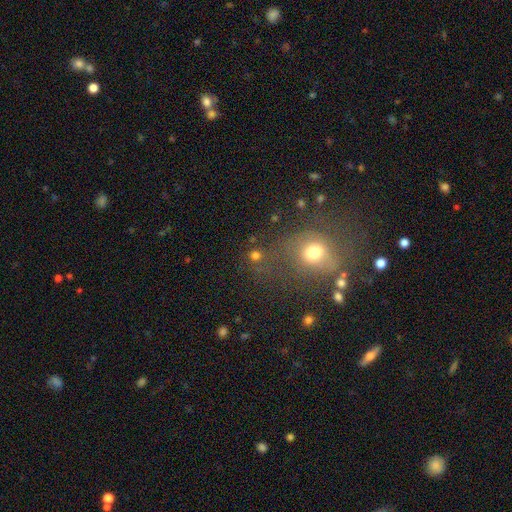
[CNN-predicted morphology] A smooth galaxy with no disk features (69%) that is round (87%). Merging: none (72%).